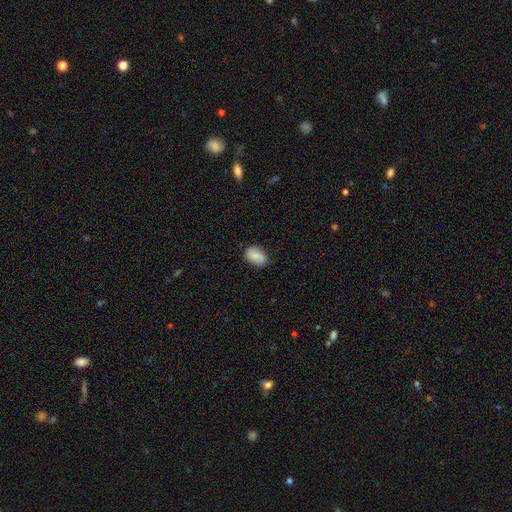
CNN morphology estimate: Smooth or featured: smooth — 77% (featured or disk — 15%)
How rounded: in between — 80% (round — 18%)
Merging: none — 77% (minor disturbance — 18%)